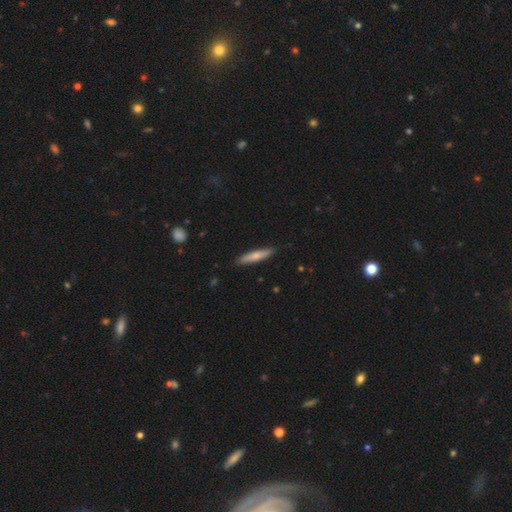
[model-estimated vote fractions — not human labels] The model was most divided on "smooth or featured": smooth: 68%, featured or disk: 27%, star or artifact: 5%. More confident: how rounded — cigar-shaped (88%); merging — none (87%).